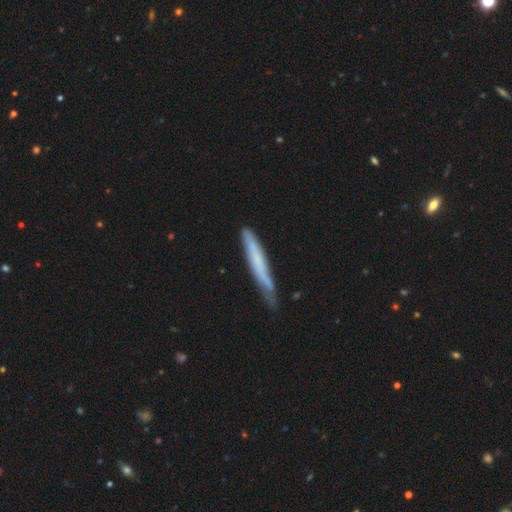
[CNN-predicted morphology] This appears to be a smooth galaxy with no disk features (51%) that is cigar-shaped (96%). Merging: none (78%).